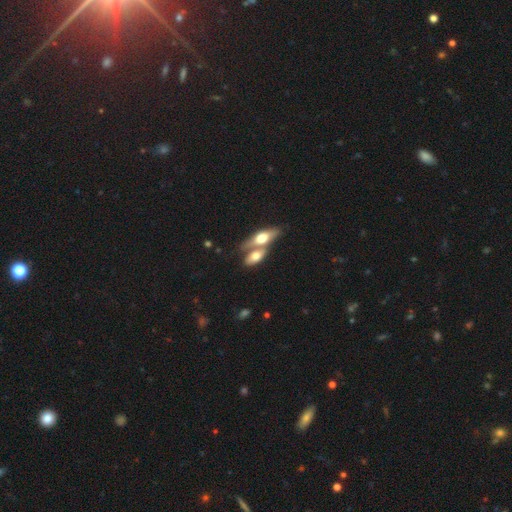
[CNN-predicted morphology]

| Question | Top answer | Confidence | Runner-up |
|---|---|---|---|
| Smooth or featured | smooth | 59% | featured or disk (35%) |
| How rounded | in between | 75% | cigar-shaped (20%) |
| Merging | merger | 63% | none (26%) |